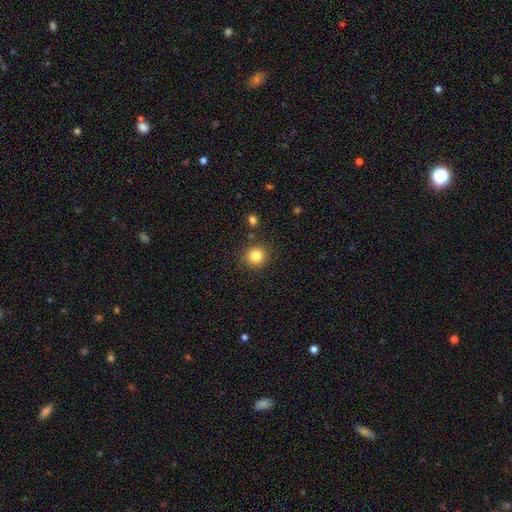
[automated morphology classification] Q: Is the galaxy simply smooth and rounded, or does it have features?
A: smooth — 82%.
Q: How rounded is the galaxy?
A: round — 92%.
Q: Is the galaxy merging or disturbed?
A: none — 87%.